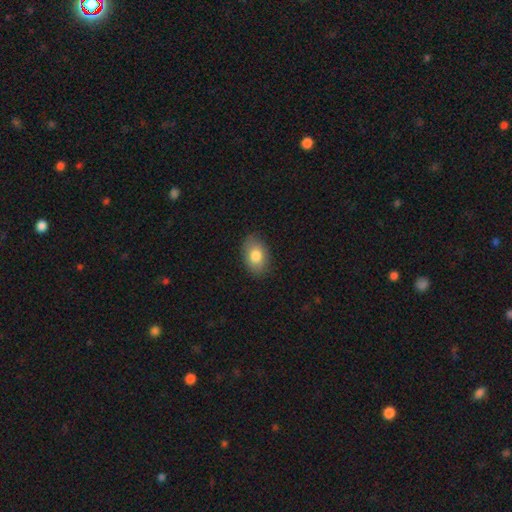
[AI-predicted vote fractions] The model was most divided on "smooth or featured": smooth: 81%, featured or disk: 11%, star or artifact: 8%. More confident: merging — none (86%); how rounded — in between (85%).